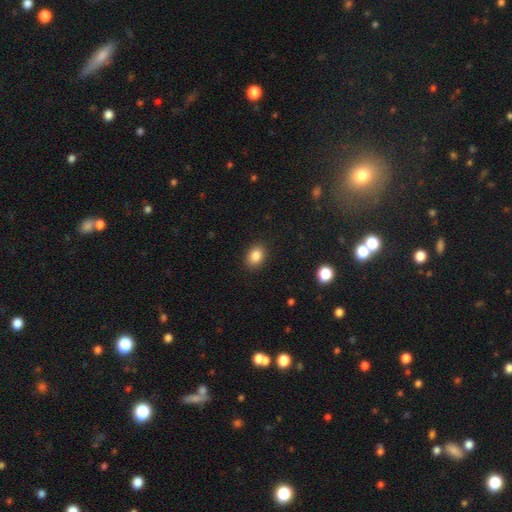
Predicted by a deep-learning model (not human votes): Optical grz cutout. It shows a smooth galaxy with no disk features (85%) that is in between round and cigar-shaped (70%). Merging: none (88%).